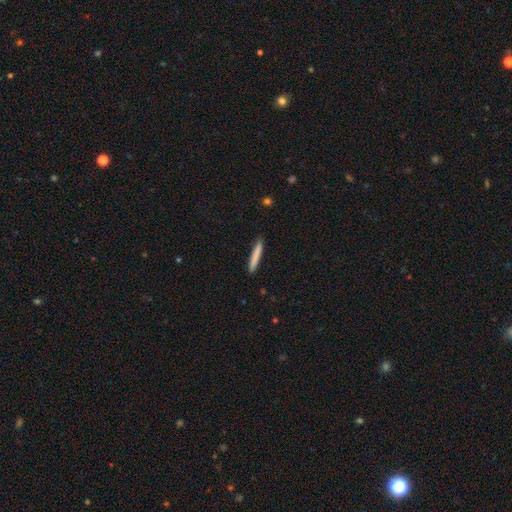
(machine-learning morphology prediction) Smooth or featured: smooth — 81% (featured or disk — 13%)
How rounded: cigar-shaped — 95% (in between — 4%)
Merging: none — 90% (minor disturbance — 7%)